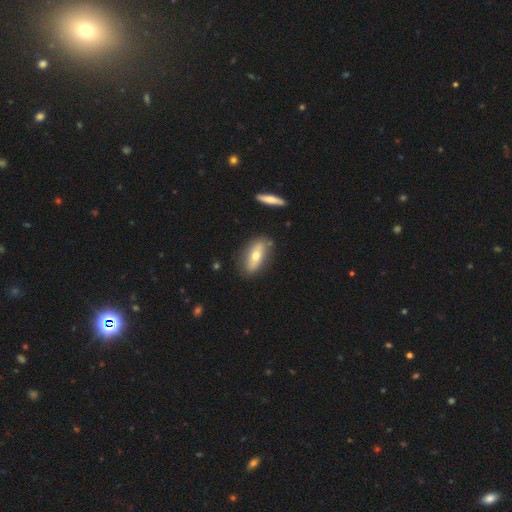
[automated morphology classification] This is possibly a smooth galaxy (53%). How rounded: likely in between (71%). Merging: likely none (80%).